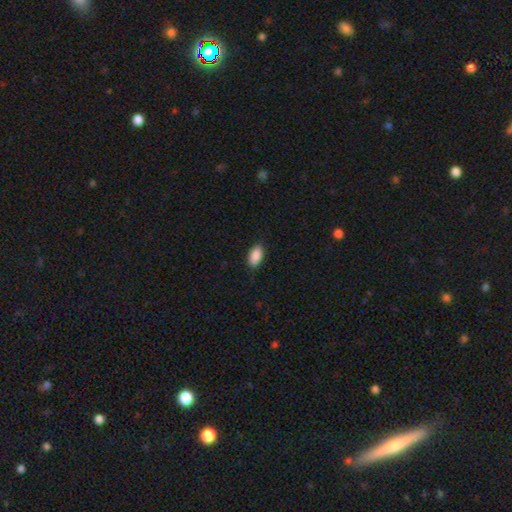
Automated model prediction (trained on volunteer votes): smooth-or-featured: smooth: 90% | star or artifact: 7% | featured or disk: 4%
  how-rounded: in between: 93% | cigar-shaped: 4% | round: 3%
  merging: none: 87% | minor disturbance: 10% | major disturbance: 2% | merger: 1%